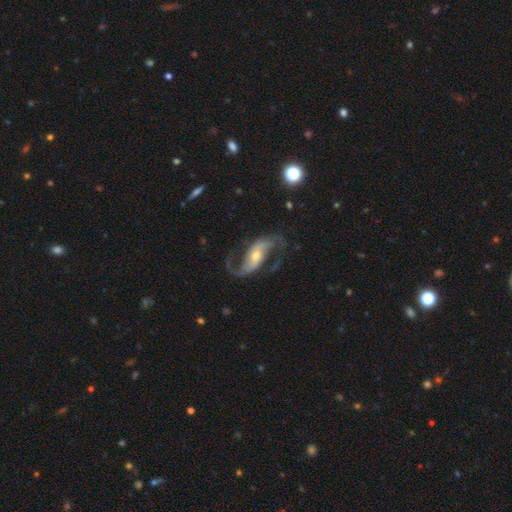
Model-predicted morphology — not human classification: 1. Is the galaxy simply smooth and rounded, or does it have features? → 90% featured or disk, 5% smooth, 5% star or artifact.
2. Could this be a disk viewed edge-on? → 96% no, 4% yes.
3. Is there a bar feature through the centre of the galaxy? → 38% strong, 34% weak, 28% no.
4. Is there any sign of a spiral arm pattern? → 97% yes, 3% no.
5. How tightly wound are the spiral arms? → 63% loose, 30% medium, 7% tight.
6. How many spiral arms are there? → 93% 2, 2% 1, 2% can't tell, 1% 3, 1% 4, 1% more than 4.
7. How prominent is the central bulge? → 53% moderate, 42% small, 3% large, 1% none, 1% dominant.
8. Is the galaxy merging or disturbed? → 75% none, 13% minor disturbance, 10% major disturbance, 2% merger.